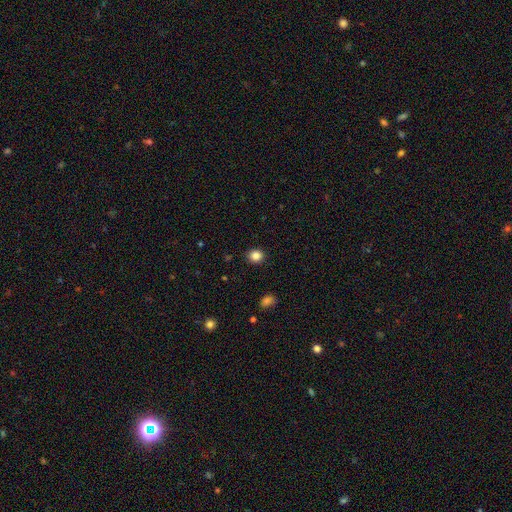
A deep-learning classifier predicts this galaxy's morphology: Smooth or featured? Predicted: smooth (p=0.85). How rounded? Predicted: round (p=0.80). Merging? Predicted: none (p=0.89).